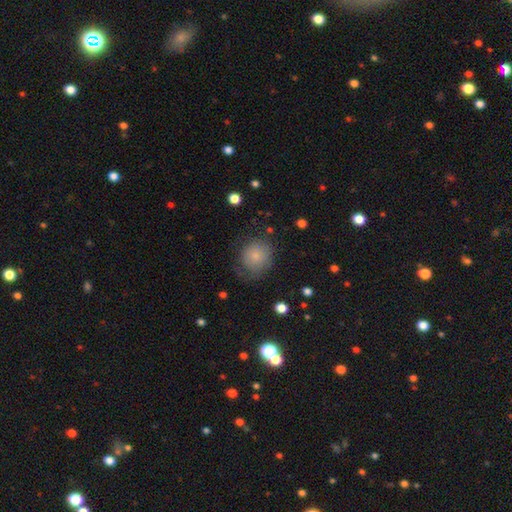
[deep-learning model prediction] A smooth galaxy with no disk features (78%) that is round (79%).

Vote fractions:
- Smooth or featured? smooth: 78% / featured or disk: 13% / star or artifact: 9%
- How rounded? round: 79% / in between: 20% / cigar-shaped: 1%
- Merging? none: 60% / minor disturbance: 25% / major disturbance: 14% / merger: 2%